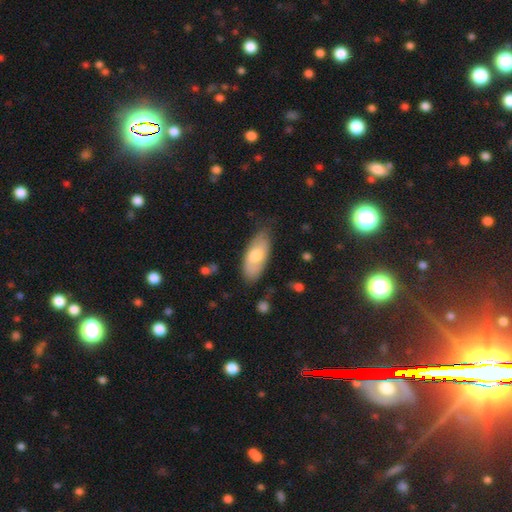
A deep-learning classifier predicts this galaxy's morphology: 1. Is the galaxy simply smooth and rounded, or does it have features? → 69% smooth, 25% featured or disk, 6% star or artifact.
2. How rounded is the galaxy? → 86% in between, 12% cigar-shaped, 2% round.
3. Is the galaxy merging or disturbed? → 72% none, 22% minor disturbance, 4% major disturbance, 2% merger.